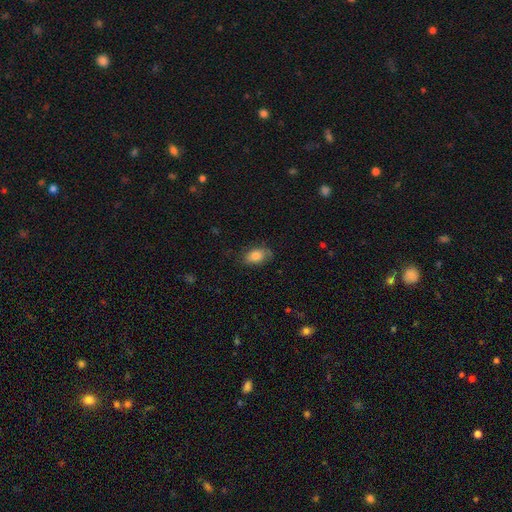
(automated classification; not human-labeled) Smooth or featured: smooth — 80% (featured or disk — 13%)
How rounded: in between — 89% (round — 9%)
Merging: none — 70% (minor disturbance — 22%)